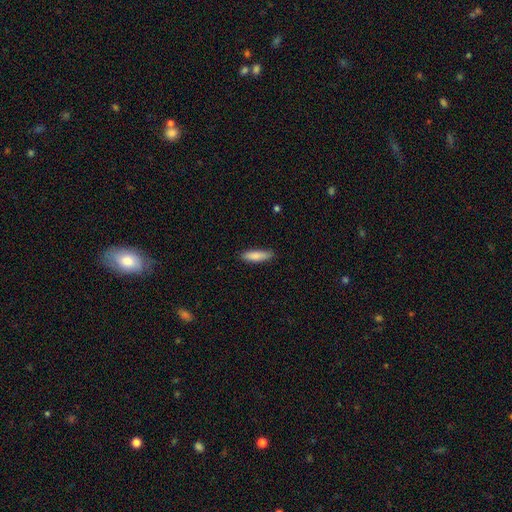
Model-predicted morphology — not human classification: Smooth or featured: smooth — 85% (featured or disk — 9%)
How rounded: cigar-shaped — 67% (in between — 32%)
Merging: none — 85% (minor disturbance — 12%)